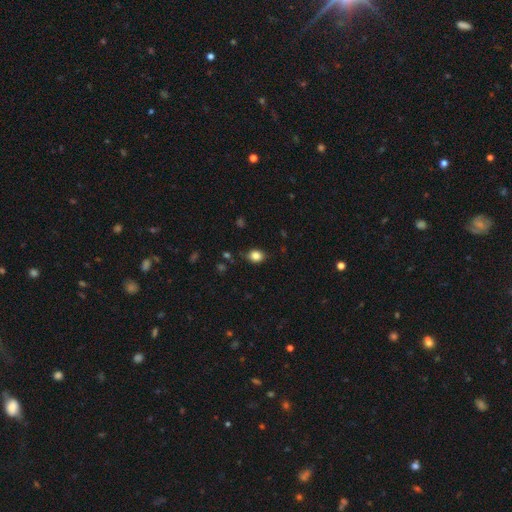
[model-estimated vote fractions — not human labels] A smooth galaxy with no disk features (84%) that is in between round and cigar-shaped (51%). Merging: none (82%).